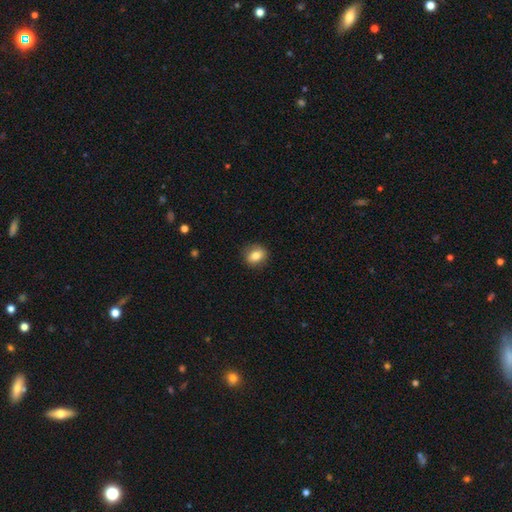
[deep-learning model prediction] smooth_or_featured: smooth (p=0.78) [alt: featured or disk p=0.13]
how_rounded: round (p=0.56) [alt: in between p=0.42]
merging: none (p=0.85) [alt: minor disturbance p=0.11]